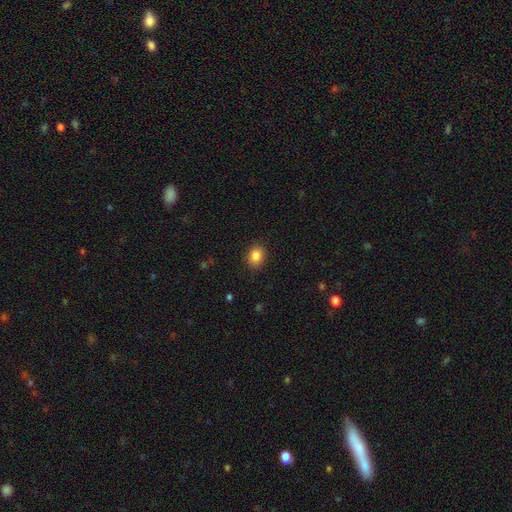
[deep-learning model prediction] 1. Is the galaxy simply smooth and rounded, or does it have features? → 85% smooth, 10% star or artifact, 5% featured or disk.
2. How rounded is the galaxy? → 54% round, 45% in between, 1% cigar-shaped.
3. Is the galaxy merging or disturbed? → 88% none, 9% minor disturbance, 2% major disturbance, 1% merger.